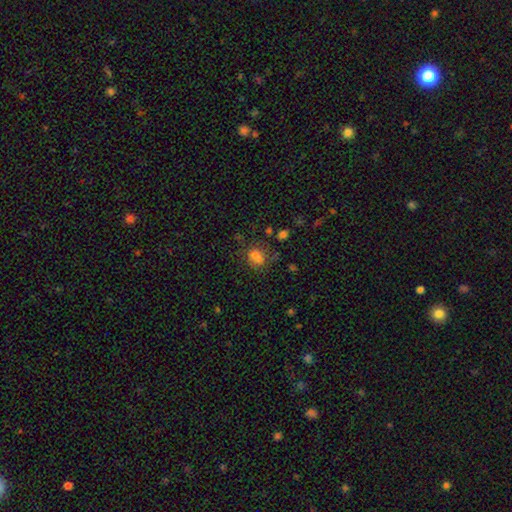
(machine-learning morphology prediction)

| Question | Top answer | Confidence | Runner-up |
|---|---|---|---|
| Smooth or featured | smooth | 67% | star or artifact (19%) |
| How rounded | round | 59% | in between (40%) |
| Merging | none | 52% | minor disturbance (20%) |